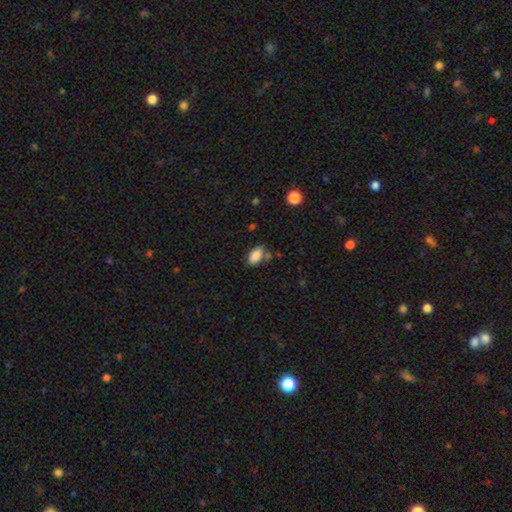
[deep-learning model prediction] Smooth or featured?
  - smooth: 86% *
  - star or artifact: 8%
  - featured or disk: 6%
How rounded?
  - in between: 93% *
  - round: 5%
  - cigar-shaped: 3%
Merging?
  - none: 66% *
  - minor disturbance: 18%
  - merger: 11%
  - major disturbance: 5%